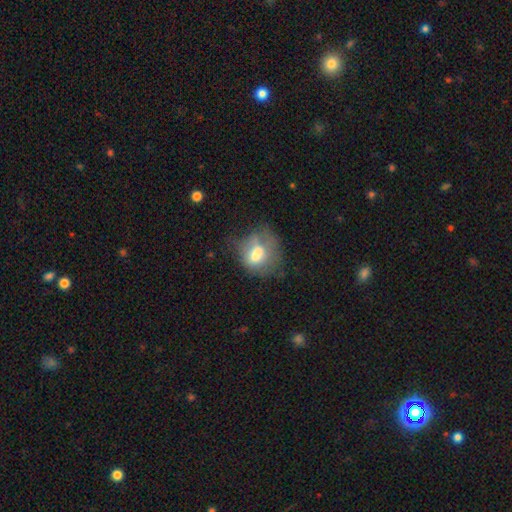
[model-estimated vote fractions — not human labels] Smooth or featured: smooth — 63% (featured or disk — 27%)
How rounded: in between — 50% (round — 49%)
Merging: none — 37% (minor disturbance — 29%)